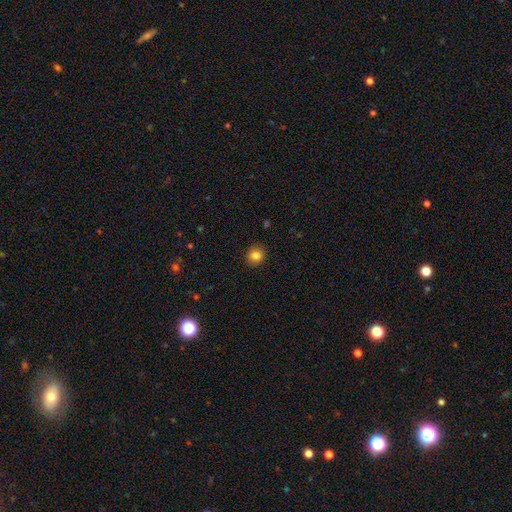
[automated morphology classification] Smooth or featured: smooth — 83% (star or artifact — 11%)
How rounded: round — 83% (in between — 16%)
Merging: none — 90% (minor disturbance — 7%)